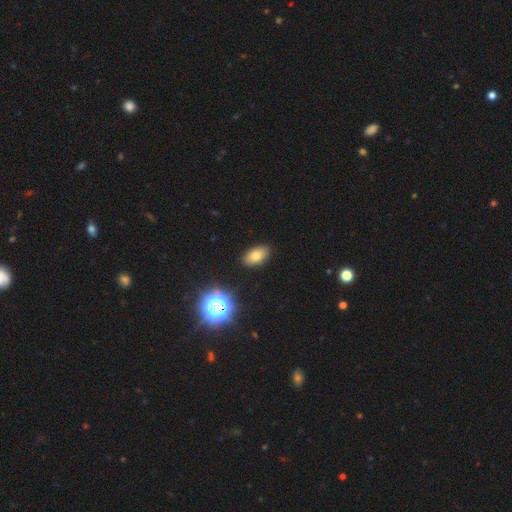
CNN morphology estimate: smooth 76%, star or artifact 13%, featured or disk 11%. Down the decision tree: how rounded — in between (90%); merging — none (88%).